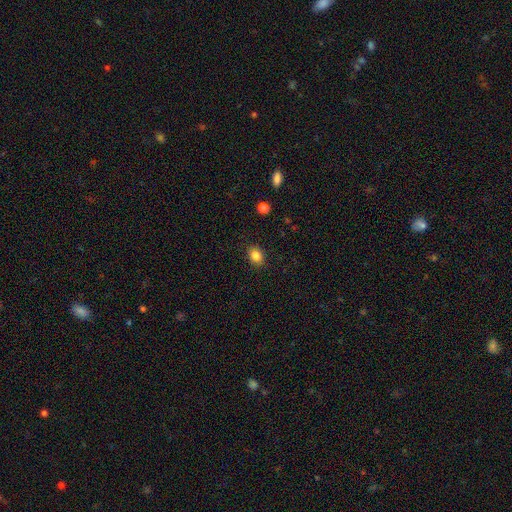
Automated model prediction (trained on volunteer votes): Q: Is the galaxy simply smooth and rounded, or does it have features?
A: smooth — 84%.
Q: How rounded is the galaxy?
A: in between — 59%.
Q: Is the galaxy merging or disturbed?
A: none — 88%.